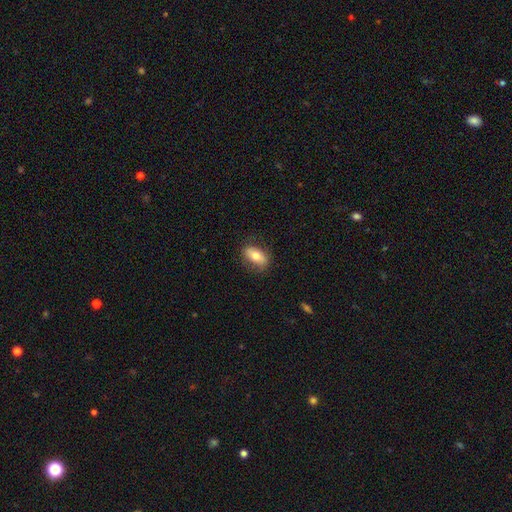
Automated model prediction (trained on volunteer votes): A smooth galaxy with no disk features (68%) that is in between round and cigar-shaped (87%).

Vote fractions:
- Smooth or featured? smooth: 68% / featured or disk: 24% / star or artifact: 7%
- How rounded? in between: 87% / round: 7% / cigar-shaped: 6%
- Merging? none: 78% / minor disturbance: 16% / major disturbance: 5% / merger: 1%